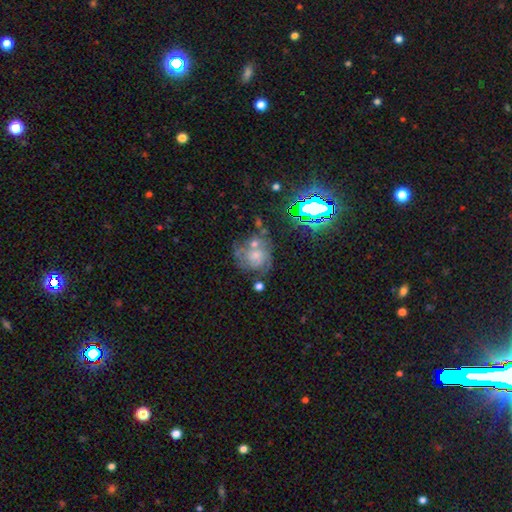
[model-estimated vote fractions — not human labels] The model was most divided on "smooth or featured": featured or disk: 49%, smooth: 34%, star or artifact: 18%. Remaining: merging — none (42%).